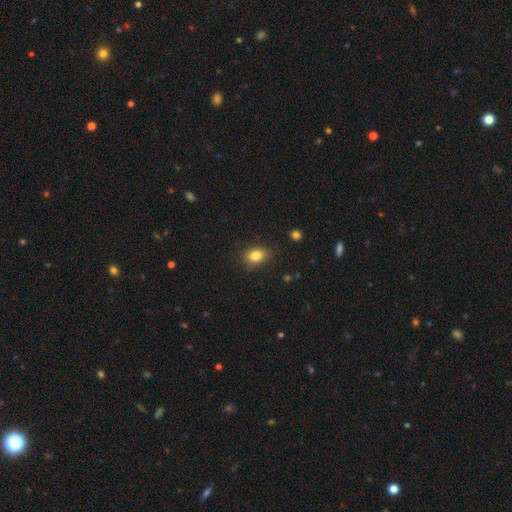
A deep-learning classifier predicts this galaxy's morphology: A smooth galaxy with no disk features (84%) that is in between round and cigar-shaped (72%).

Vote fractions:
- Smooth or featured? smooth: 84% / star or artifact: 10% / featured or disk: 6%
- How rounded? in between: 72% / round: 26% / cigar-shaped: 1%
- Merging? none: 84% / minor disturbance: 12% / major disturbance: 3% / merger: 1%